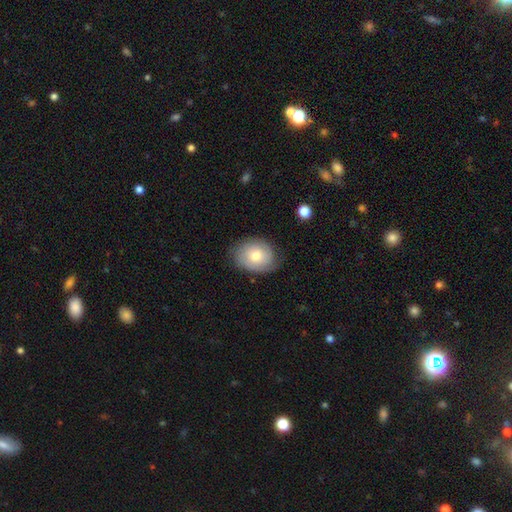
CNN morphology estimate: smooth-or-featured: smooth: 63% | featured or disk: 30% | star or artifact: 7%
  how-rounded: in between: 58% | round: 41% | cigar-shaped: 1%
  merging: none: 72% | minor disturbance: 21% | major disturbance: 5% | merger: 1%